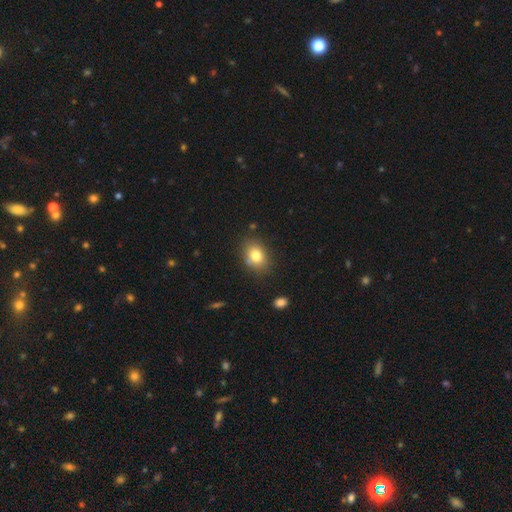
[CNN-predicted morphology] A smooth galaxy with no disk features (80%) that is in between round and cigar-shaped (64%). Merging: none (80%).